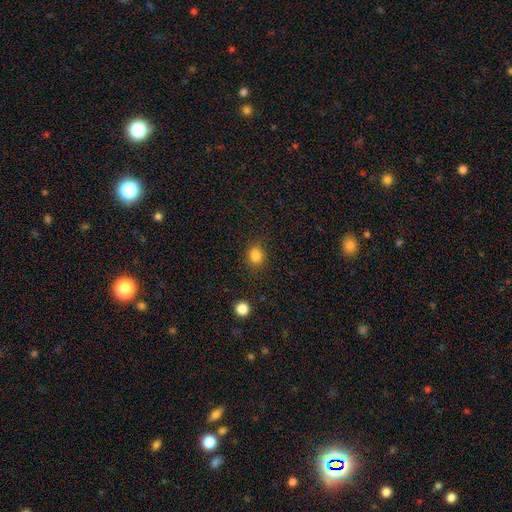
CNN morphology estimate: Smooth or featured? smooth (84%)
How rounded? round (65%)
Merging? none (85%)